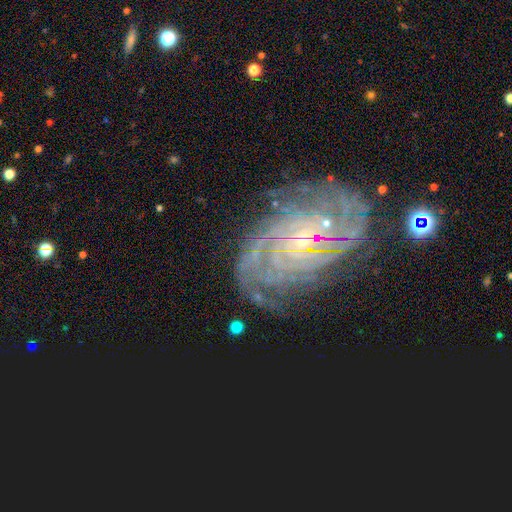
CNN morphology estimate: smooth_or_featured: featured or disk (p=0.85) [alt: star or artifact p=0.09]
disk_edge_on: no (p=0.97) [alt: yes p=0.03]
bar: no (p=0.57) [alt: weak p=0.32]
has_spiral_arms: yes (p=0.97) [alt: no p=0.03]
spiral_winding: tight (p=0.77) [alt: medium p=0.19]
spiral_arm_count: more than 4 (p=0.28) [alt: can't tell p=0.25]
bulge_size: small (p=0.82) [alt: moderate p=0.13]
merging: none (p=0.74) [alt: minor disturbance p=0.16]